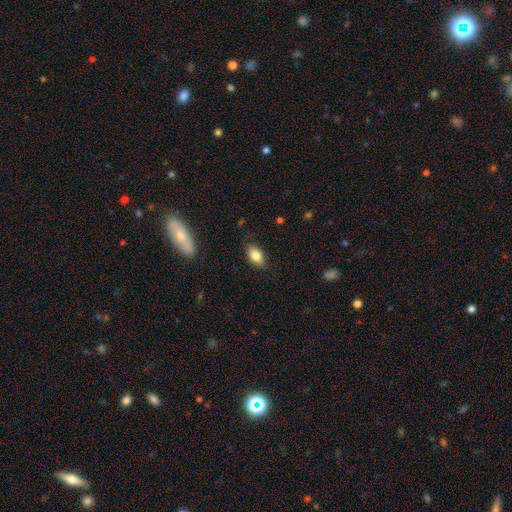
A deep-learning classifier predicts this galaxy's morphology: Smooth or featured? Predicted: smooth (p=0.82). How rounded? Predicted: in between (p=0.89). Merging? Predicted: none (p=0.85).